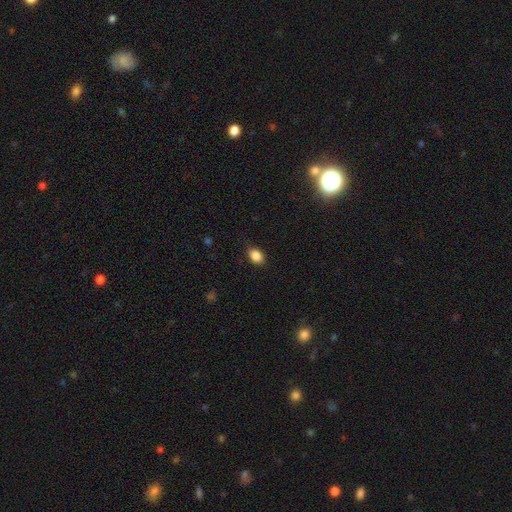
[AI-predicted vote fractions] smooth_or_featured: smooth (p=0.87) [alt: star or artifact p=0.09]
how_rounded: in between (p=0.81) [alt: round p=0.18]
merging: none (p=0.86) [alt: minor disturbance p=0.11]